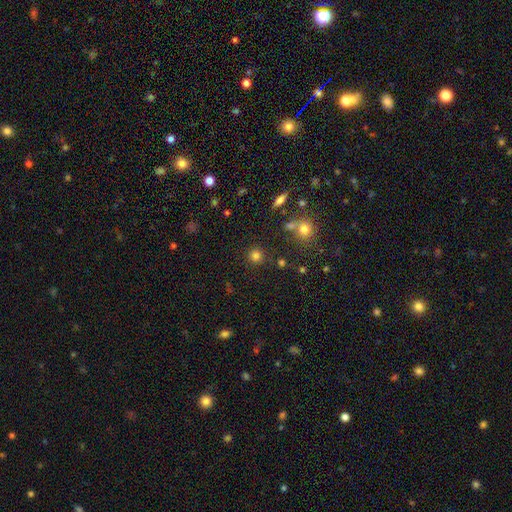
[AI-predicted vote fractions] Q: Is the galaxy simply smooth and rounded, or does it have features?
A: smooth — 79%.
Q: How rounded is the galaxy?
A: round — 92%.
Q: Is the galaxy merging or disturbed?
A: none — 85%.